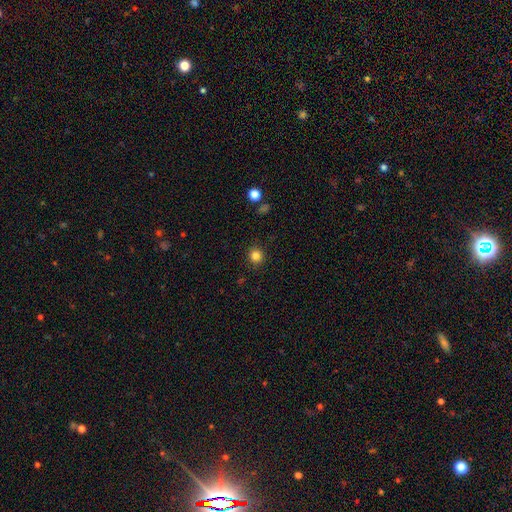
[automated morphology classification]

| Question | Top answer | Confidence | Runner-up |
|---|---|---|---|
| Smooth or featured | smooth | 84% | star or artifact (12%) |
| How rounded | round | 92% | in between (7%) |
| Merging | none | 91% | minor disturbance (6%) |